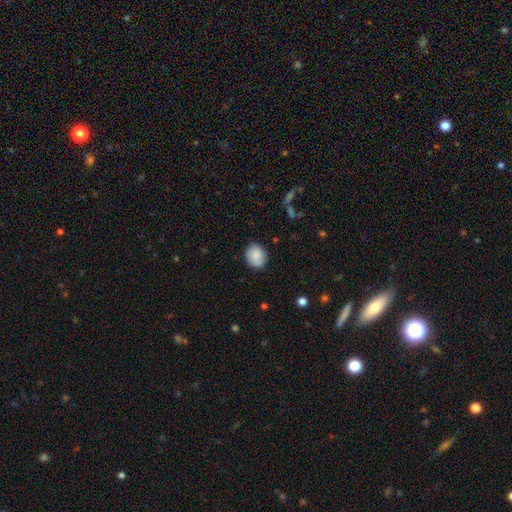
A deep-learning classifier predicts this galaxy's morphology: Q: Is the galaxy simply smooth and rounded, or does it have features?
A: smooth — 82%.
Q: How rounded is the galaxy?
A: round — 70%.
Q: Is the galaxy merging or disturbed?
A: none — 81%.